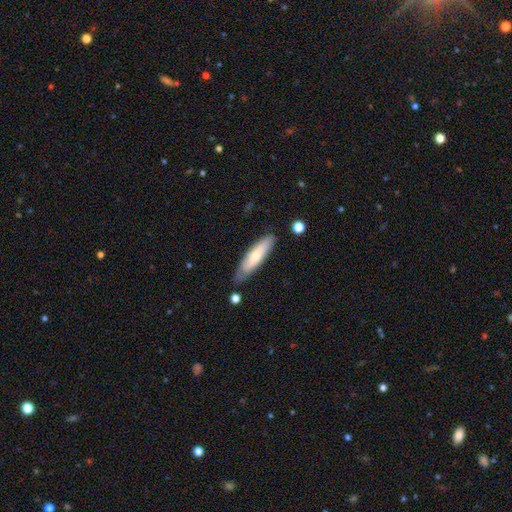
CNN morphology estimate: The model was most divided on "smooth or featured": smooth: 63%, featured or disk: 31%, star or artifact: 6%. More confident: merging — none (76%); how rounded — cigar-shaped (68%).